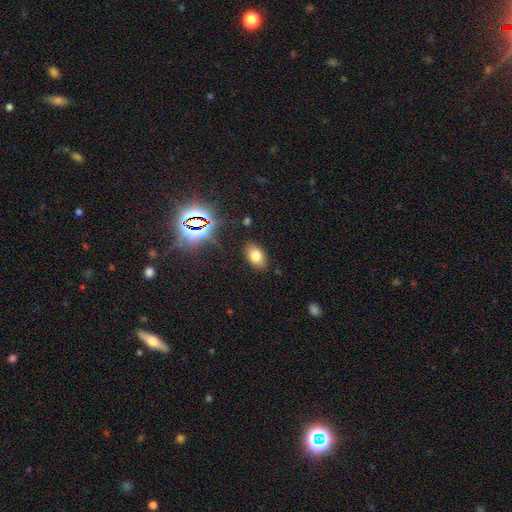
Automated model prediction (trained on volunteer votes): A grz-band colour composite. It shows a smooth galaxy with no disk features (74%) that is in between round and cigar-shaped (89%). Merging: none (85%).